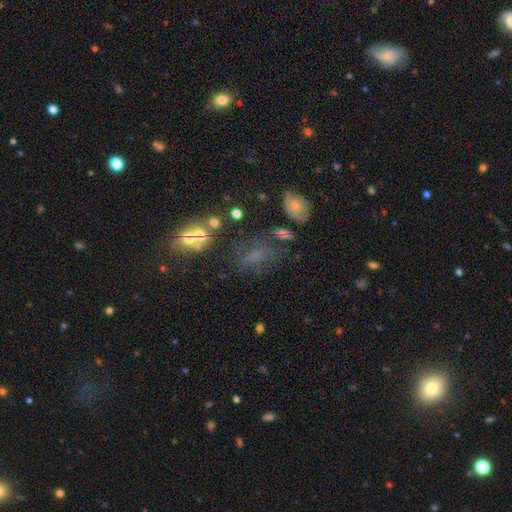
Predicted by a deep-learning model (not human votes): This is marginally a smooth galaxy (43%). Merging: possibly none (49%).